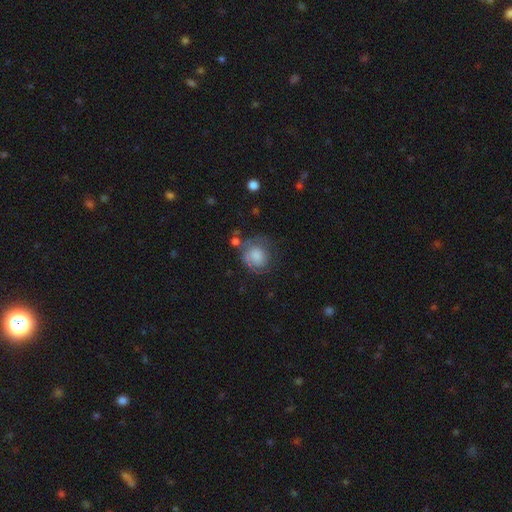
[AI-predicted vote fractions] smooth_or_featured: smooth (p=0.65) [alt: featured or disk p=0.26]
how_rounded: round (p=0.75) [alt: in between p=0.24]
merging: none (p=0.48) [alt: minor disturbance p=0.26]